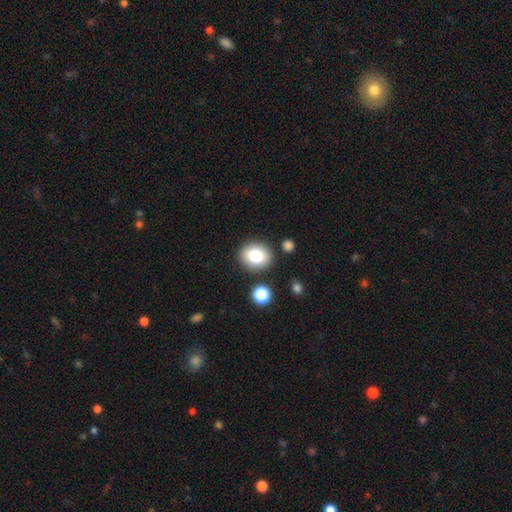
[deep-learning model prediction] This appears to be a smooth galaxy with no disk features (80%) that is round (70%). Merging: none (85%).